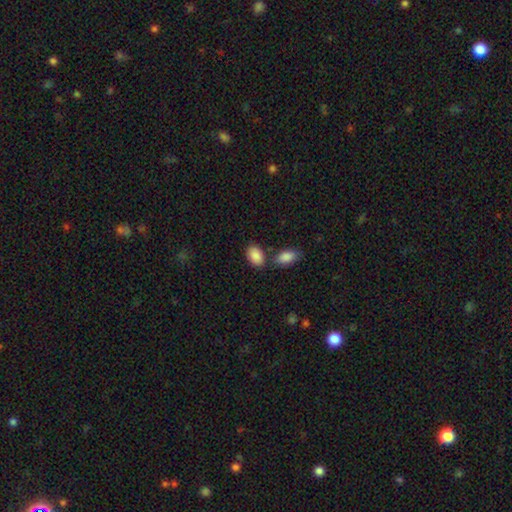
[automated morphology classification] The model was most divided on "merging": none: 66%, merger: 18%, minor disturbance: 12%, major disturbance: 4%. More confident: how rounded — in between (90%); smooth or featured — smooth (89%).